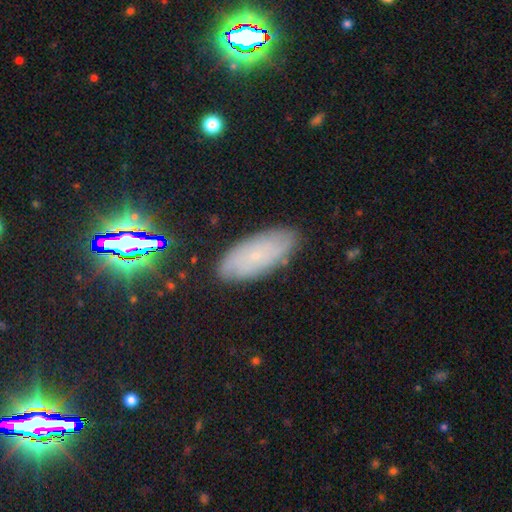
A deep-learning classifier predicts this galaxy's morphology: Smooth or featured?
  - smooth: 49% *
  - featured or disk: 36%
  - star or artifact: 15%
Merging?
  - none: 84% *
  - minor disturbance: 12%
  - major disturbance: 3%
  - merger: 1%